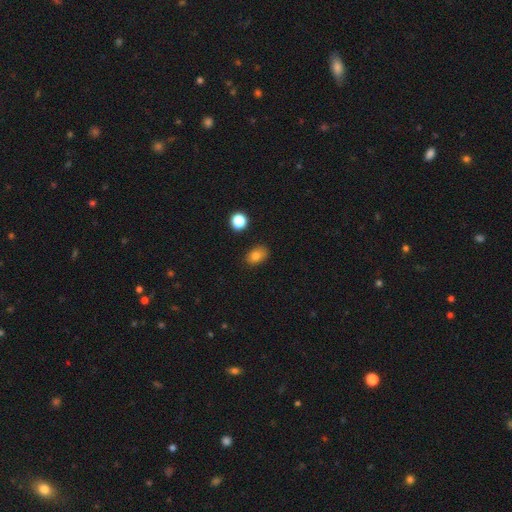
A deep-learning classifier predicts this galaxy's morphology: A smooth galaxy with no disk features (80%) that is in between round and cigar-shaped (79%).

Vote fractions:
- Smooth or featured? smooth: 80% / star or artifact: 12% / featured or disk: 8%
- How rounded? in between: 79% / round: 20% / cigar-shaped: 1%
- Merging? none: 83% / minor disturbance: 12% / major disturbance: 3% / merger: 2%